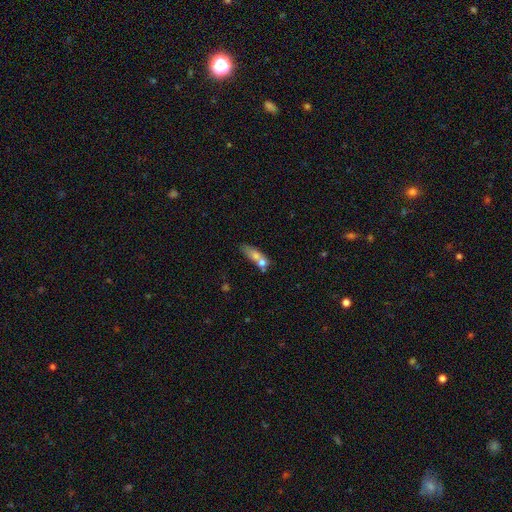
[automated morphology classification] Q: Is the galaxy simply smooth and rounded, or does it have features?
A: smooth — 64%.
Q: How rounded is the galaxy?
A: in between — 56%.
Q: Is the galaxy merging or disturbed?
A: merger — 44%.